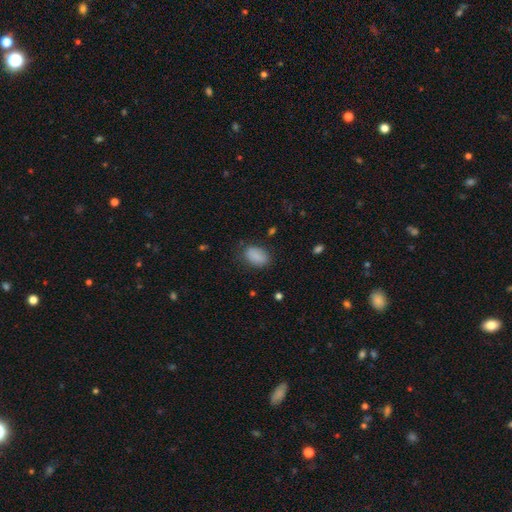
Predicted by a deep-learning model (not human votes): smooth-or-featured: smooth: 87% | star or artifact: 8% | featured or disk: 5%
  how-rounded: in between: 89% | round: 9% | cigar-shaped: 2%
  merging: none: 78% | minor disturbance: 16% | major disturbance: 5% | merger: 1%